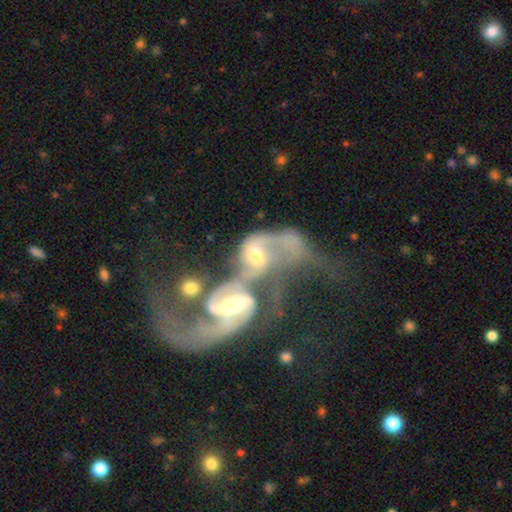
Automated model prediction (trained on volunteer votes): Morphology: type=featured or disk (79%); edge-on=no (96%); bar=weak (43%); spiral arms=yes (89%); winding=medium (42%); arm count=2 (70%); bulge=moderate (62%); merging=merger (79%).